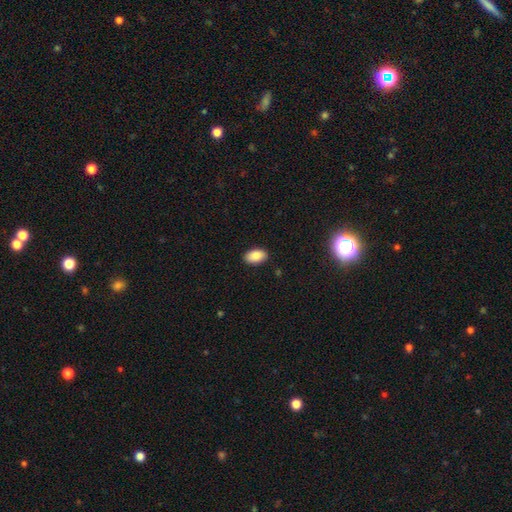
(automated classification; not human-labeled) Morphology: type=smooth (88%); roundness=in between (93%); merging=none (89%).